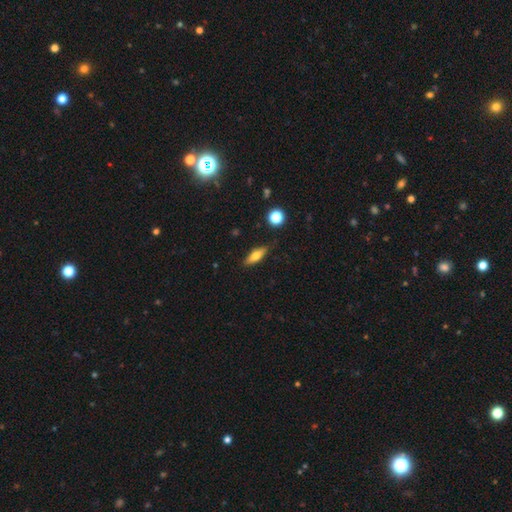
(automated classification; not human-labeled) smooth 62%, featured or disk 30%, star or artifact 8%. Down the decision tree: how rounded — in between (55%); merging — none (84%).